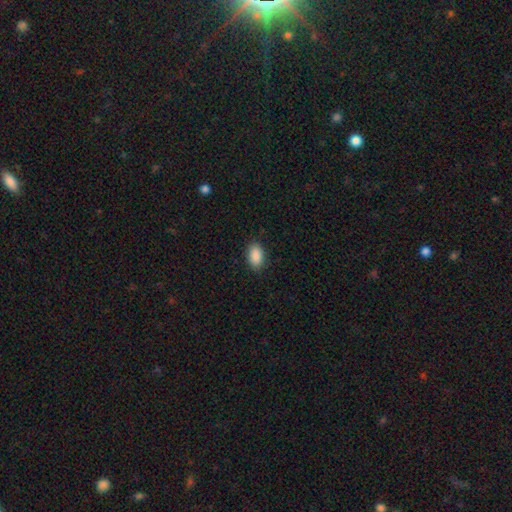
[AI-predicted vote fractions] This appears to be a smooth galaxy with no disk features (90%) that is in between round and cigar-shaped (92%). Merging: none (87%).